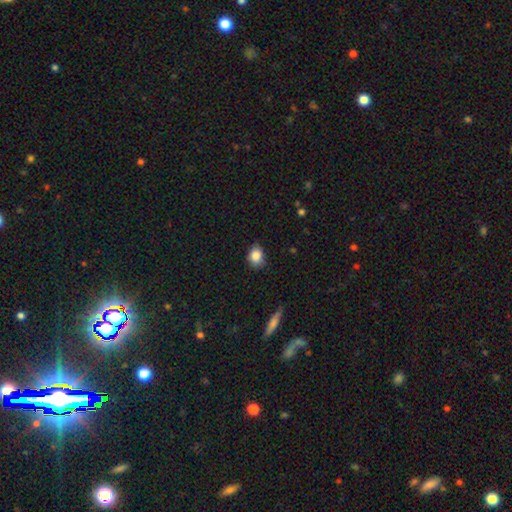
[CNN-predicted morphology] Smooth or featured: smooth — 85% (star or artifact — 9%)
How rounded: round — 51% (in between — 48%)
Merging: none — 71% (minor disturbance — 24%)